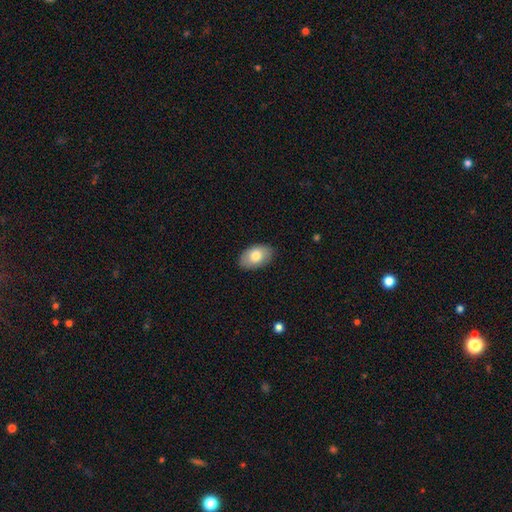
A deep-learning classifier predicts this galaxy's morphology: A smooth galaxy with no disk features (77%) that is in between round and cigar-shaped (91%).

Vote fractions:
- Smooth or featured? smooth: 77% / featured or disk: 16% / star or artifact: 6%
- How rounded? in between: 91% / round: 8% / cigar-shaped: 1%
- Merging? none: 87% / minor disturbance: 10% / major disturbance: 2% / merger: 1%